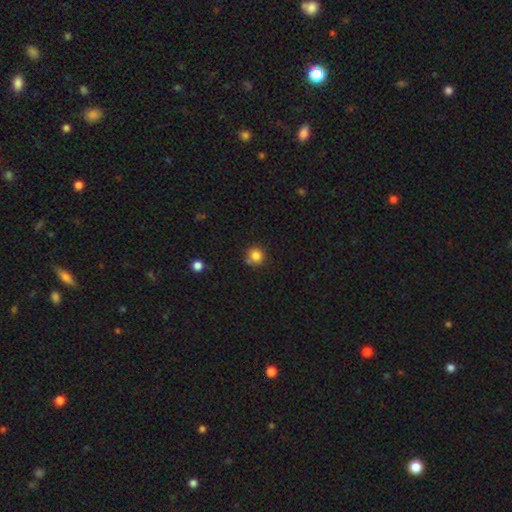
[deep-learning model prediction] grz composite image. It shows a smooth galaxy with no disk features (82%) that is round (89%). Merging: none (72%).